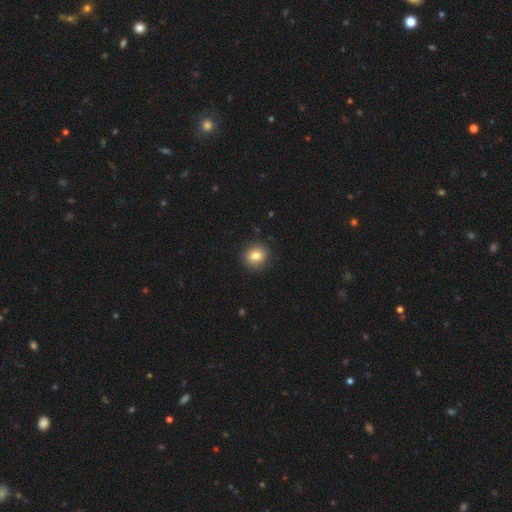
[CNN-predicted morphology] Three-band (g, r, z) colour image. It shows a smooth galaxy with no disk features (81%) that is round (83%). Merging: none (89%).